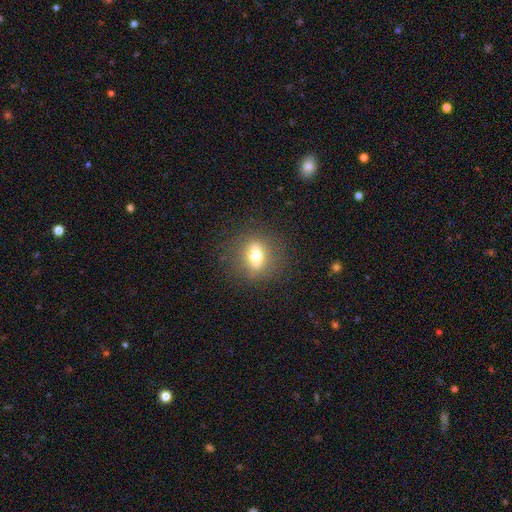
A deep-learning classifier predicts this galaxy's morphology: Smooth or featured?
  - smooth: 51% *
  - featured or disk: 37%
  - star or artifact: 12%
How rounded?
  - in between: 48% *
  - round: 41%
  - cigar-shaped: 11%
Merging?
  - none: 84% *
  - minor disturbance: 10%
  - major disturbance: 5%
  - merger: 1%